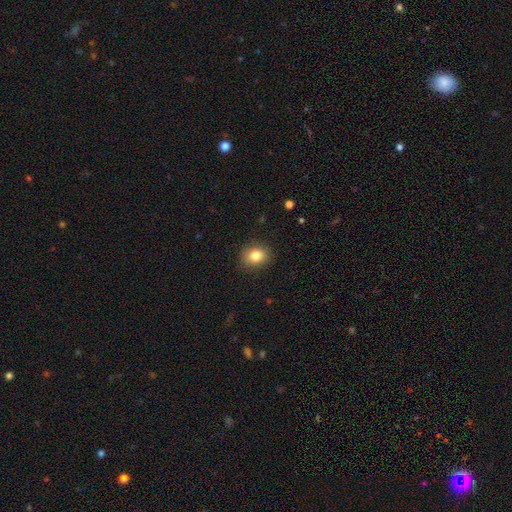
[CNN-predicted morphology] Smooth or featured?
  - smooth: 84% *
  - star or artifact: 9%
  - featured or disk: 7%
How rounded?
  - round: 53% *
  - in between: 46%
  - cigar-shaped: 1%
Merging?
  - none: 86% *
  - minor disturbance: 10%
  - major disturbance: 3%
  - merger: 1%